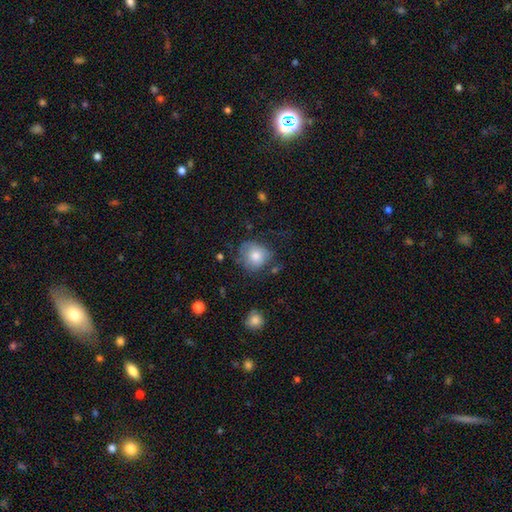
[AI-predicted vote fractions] This is likely a smooth galaxy (74%). How rounded: likely round (76%). Merging: possibly none (51%).